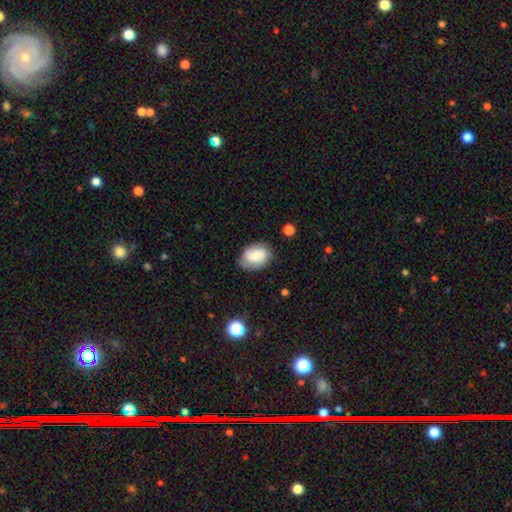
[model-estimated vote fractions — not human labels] Q: Smooth or featured?
A: smooth (50%); runner-up: featured or disk (42%)
Q: Merging?
A: none (70%); runner-up: minor disturbance (22%)